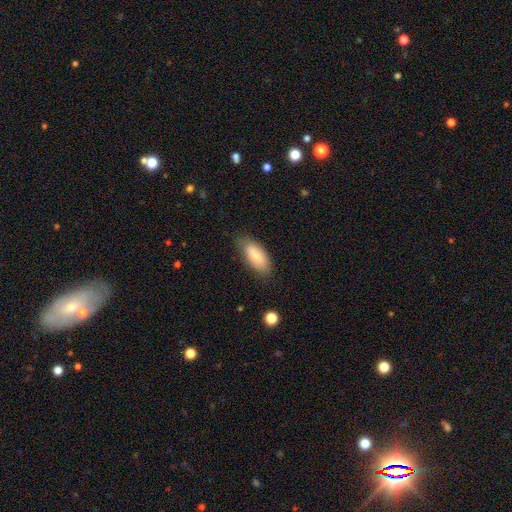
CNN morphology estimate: A smooth galaxy with no disk features (75%) that is in between round and cigar-shaped (87%). Merging: none (76%).